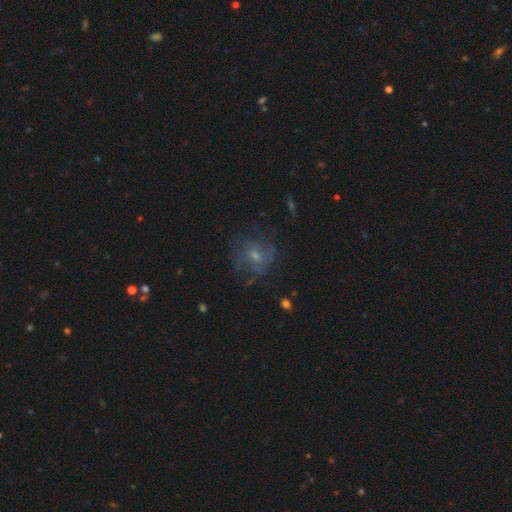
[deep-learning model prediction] smooth-or-featured: featured or disk: 55% | smooth: 31% | star or artifact: 14%
  disk-edge-on: no: 97% | yes: 3%
    bar: no: 61% | weak: 33% | strong: 5%
    has-spiral-arms: yes: 62% | no: 38%
    bulge-size: small: 49% | moderate: 40% | none: 7% | large: 3% | dominant: 1%
  merging: none: 58% | minor disturbance: 21% | major disturbance: 20% | merger: 2%